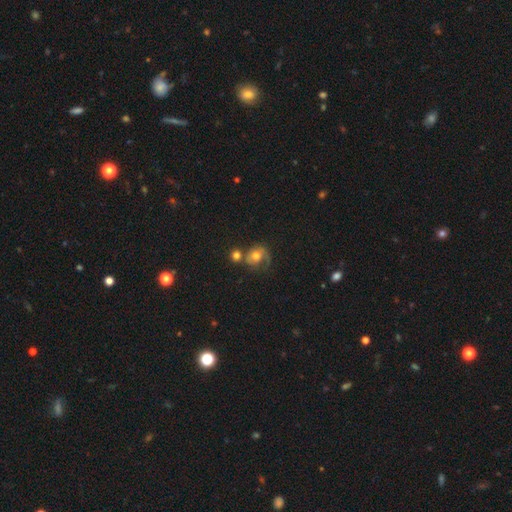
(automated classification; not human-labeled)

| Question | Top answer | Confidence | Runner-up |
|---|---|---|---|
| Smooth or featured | smooth | 44% | featured or disk (39%) |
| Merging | none | 47% | merger (24%) |